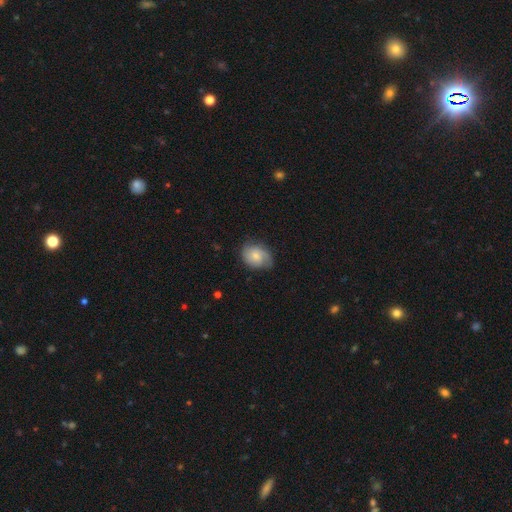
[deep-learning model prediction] smooth-or-featured: smooth: 57% | featured or disk: 36% | star or artifact: 7%
  how-rounded: in between: 59% | round: 40% | cigar-shaped: 1%
  merging: none: 67% | minor disturbance: 25% | major disturbance: 6% | merger: 1%